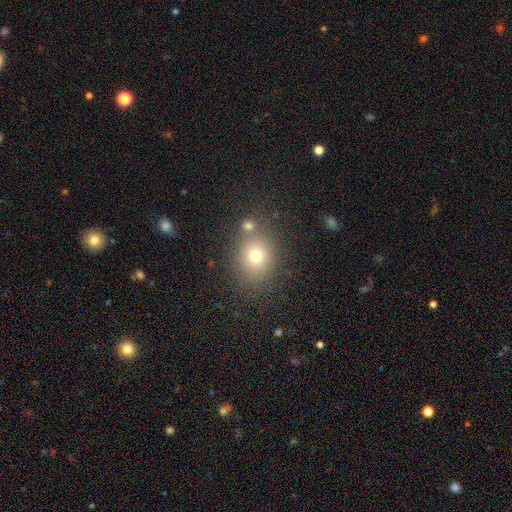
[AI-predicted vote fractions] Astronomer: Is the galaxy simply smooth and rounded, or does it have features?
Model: smooth — 73%.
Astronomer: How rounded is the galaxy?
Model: round — 64%.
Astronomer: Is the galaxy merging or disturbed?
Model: none — 69%.